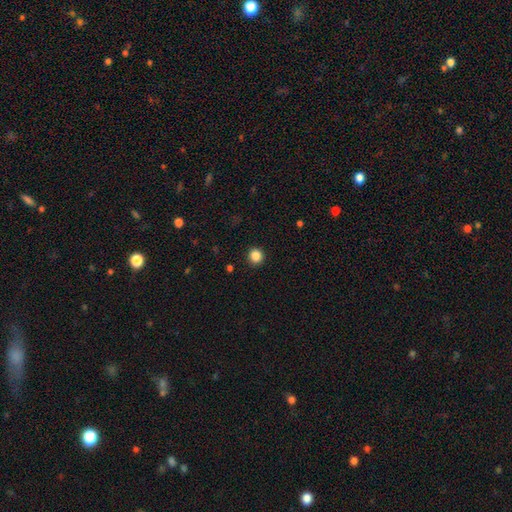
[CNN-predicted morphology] Q: Smooth or featured?
A: smooth (86%); runner-up: star or artifact (11%)
Q: How rounded?
A: round (93%); runner-up: in between (6%)
Q: Merging?
A: none (93%); runner-up: minor disturbance (5%)